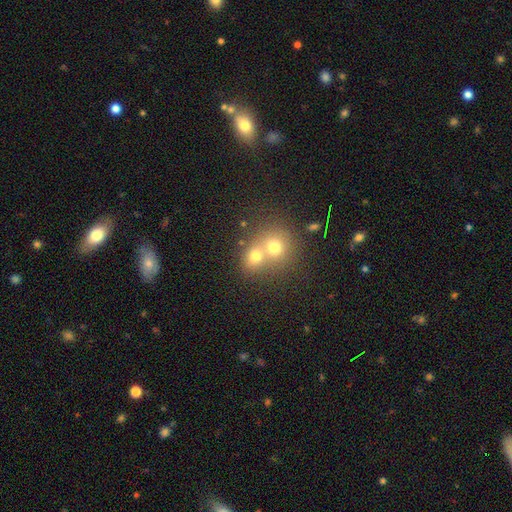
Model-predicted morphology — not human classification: A smooth galaxy with no disk features (71%) that is round (71%).

Vote fractions:
- Smooth or featured? smooth: 71% / featured or disk: 16% / star or artifact: 14%
- How rounded? round: 71% / in between: 28% / cigar-shaped: 1%
- Merging? merger: 60% / none: 31% / minor disturbance: 6% / major disturbance: 3%